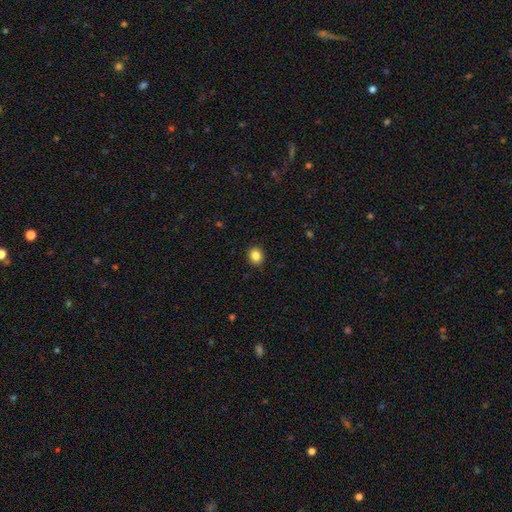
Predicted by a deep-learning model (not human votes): smooth_or_featured: smooth (p=0.85) [alt: star or artifact p=0.11]
how_rounded: round (p=0.74) [alt: in between p=0.25]
merging: none (p=0.90) [alt: minor disturbance p=0.07]